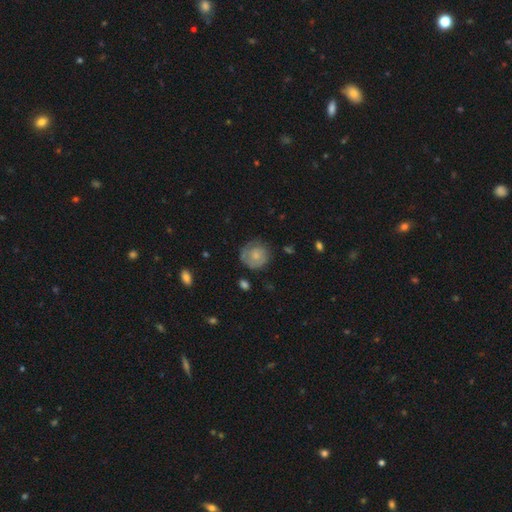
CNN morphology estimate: Smooth or featured: smooth — 54% (featured or disk — 39%)
How rounded: round — 87% (in between — 12%)
Merging: none — 66% (minor disturbance — 22%)